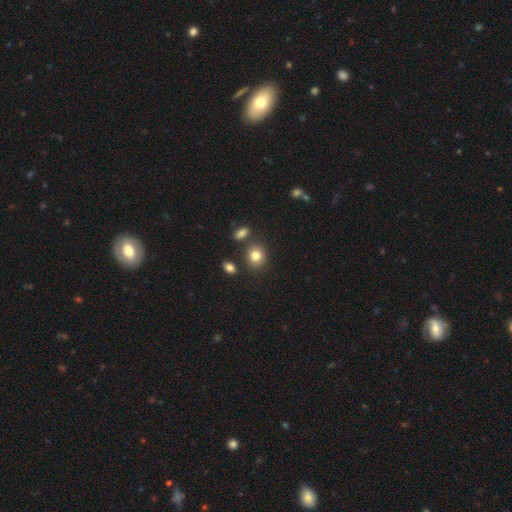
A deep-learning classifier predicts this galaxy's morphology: type=smooth (82%); roundness=round (62%); merging=none (76%).